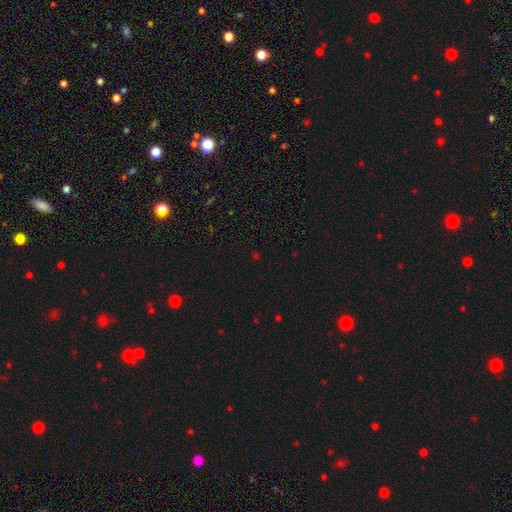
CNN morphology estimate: A star or artifact, not a galaxy (64%).

Vote fractions:
- Smooth or featured? star or artifact: 64% / smooth: 29% / featured or disk: 7%